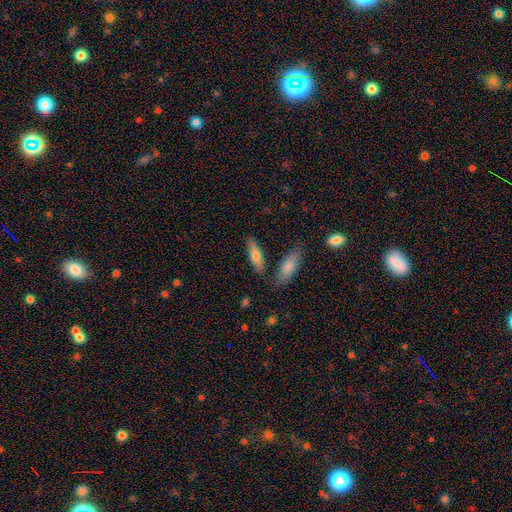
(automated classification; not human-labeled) smooth_or_featured: smooth (p=0.73) [alt: featured or disk p=0.21]
how_rounded: in between (p=0.51) [alt: cigar-shaped p=0.46]
merging: none (p=0.77) [alt: minor disturbance p=0.12]